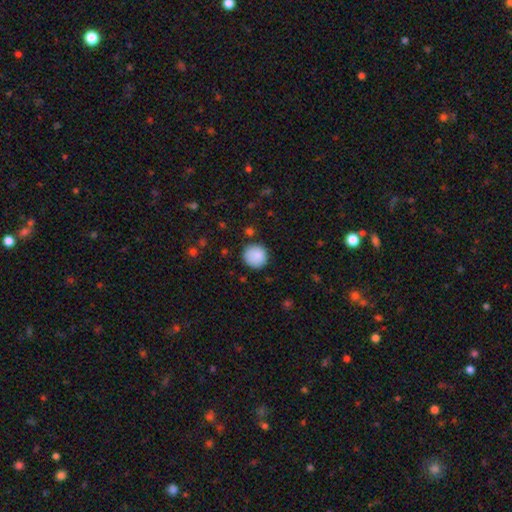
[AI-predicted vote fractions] Smooth or featured? Predicted: smooth (p=0.88). How rounded? Predicted: round (p=0.93). Merging? Predicted: none (p=0.85).